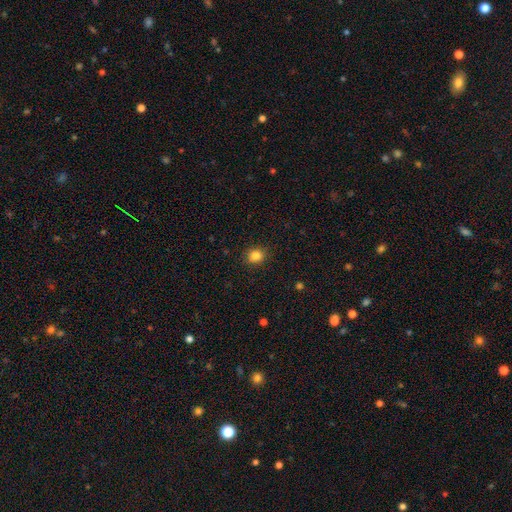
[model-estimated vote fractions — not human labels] Q: Smooth or featured?
A: smooth (84%); runner-up: star or artifact (12%)
Q: How rounded?
A: round (71%); runner-up: in between (28%)
Q: Merging?
A: none (89%); runner-up: minor disturbance (8%)